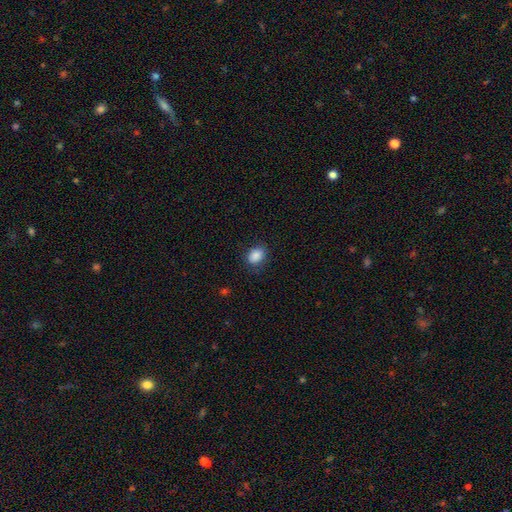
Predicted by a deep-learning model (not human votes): A smooth galaxy with no disk features (87%) that is in between round and cigar-shaped (66%). Merging: none (82%).